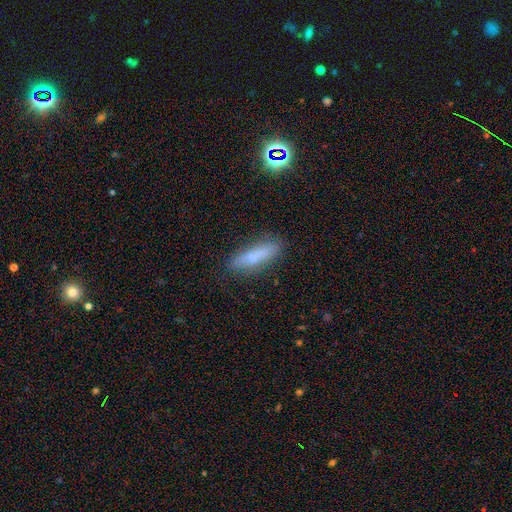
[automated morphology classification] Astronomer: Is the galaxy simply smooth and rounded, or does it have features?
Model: smooth — 71%.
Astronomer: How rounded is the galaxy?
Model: cigar-shaped — 74%.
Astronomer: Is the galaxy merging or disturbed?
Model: none — 83%.